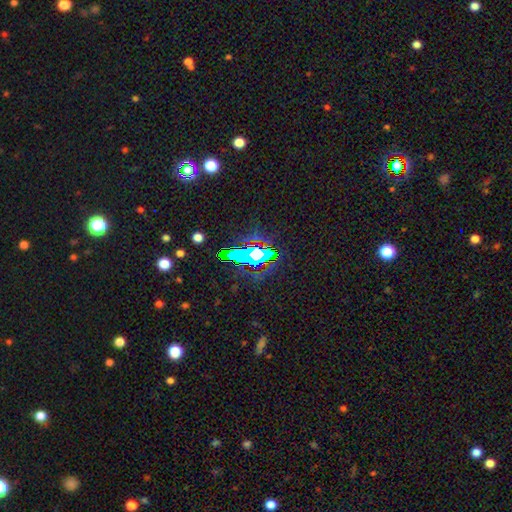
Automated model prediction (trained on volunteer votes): Overall: star or artifact (68%).